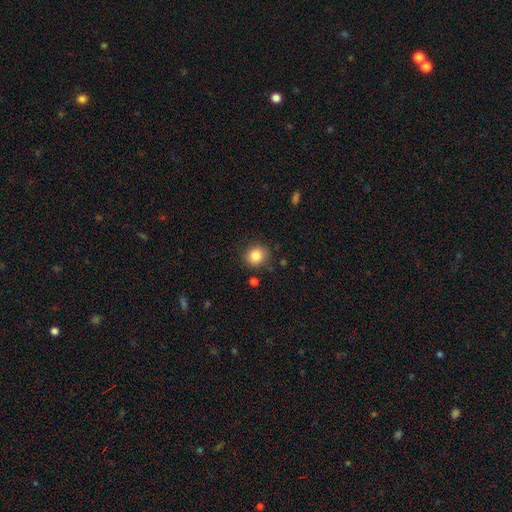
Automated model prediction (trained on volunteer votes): A smooth galaxy with no disk features (84%) that is round (81%).

Vote fractions:
- Smooth or featured? smooth: 84% / star or artifact: 10% / featured or disk: 6%
- How rounded? round: 81% / in between: 19% / cigar-shaped: 1%
- Merging? none: 85% / minor disturbance: 10% / major disturbance: 3% / merger: 2%